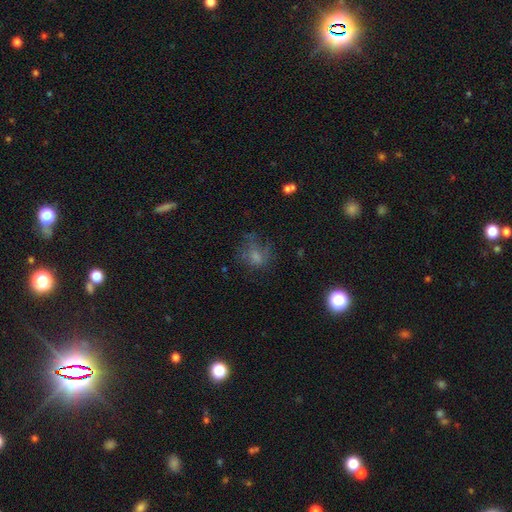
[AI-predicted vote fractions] Smooth or featured? Predicted: smooth (p=0.57). How rounded? Predicted: round (p=0.56). Merging? Predicted: none (p=0.45).